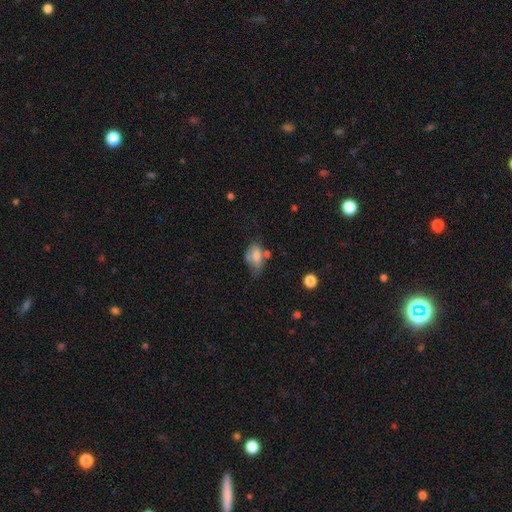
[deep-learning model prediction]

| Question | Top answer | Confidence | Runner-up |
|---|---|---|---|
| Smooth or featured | smooth | 67% | featured or disk (24%) |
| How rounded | in between | 85% | round (12%) |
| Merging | minor disturbance | 33% | none (30%) |